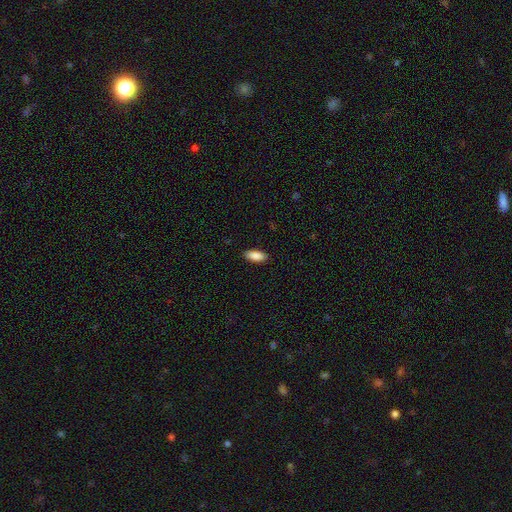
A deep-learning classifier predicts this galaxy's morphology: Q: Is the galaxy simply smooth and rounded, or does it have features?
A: smooth — 89%.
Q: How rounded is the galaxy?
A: in between — 86%.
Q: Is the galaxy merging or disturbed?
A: none — 89%.